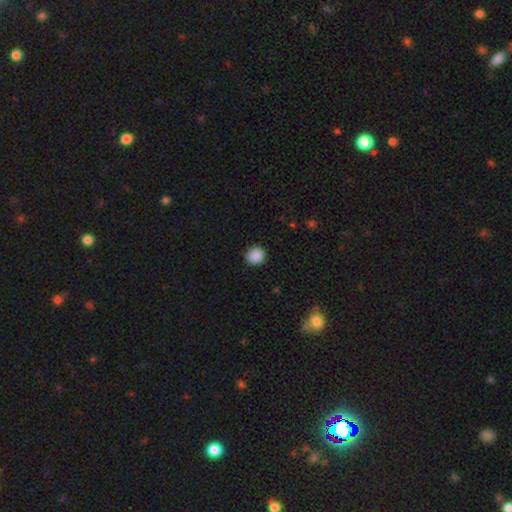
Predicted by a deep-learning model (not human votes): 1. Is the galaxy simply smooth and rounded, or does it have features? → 89% smooth, 9% star or artifact, 3% featured or disk.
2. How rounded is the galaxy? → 90% round, 9% in between, 1% cigar-shaped.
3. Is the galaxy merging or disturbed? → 91% none, 6% minor disturbance, 2% major disturbance, 1% merger.